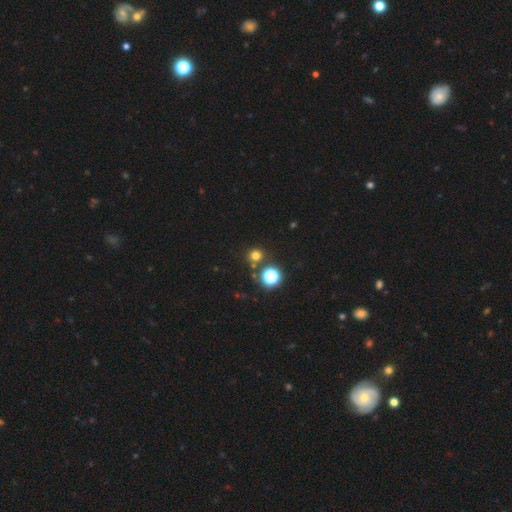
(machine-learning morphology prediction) This appears to be a smooth galaxy with no disk features (70%) that is round (90%). Merging: none (80%).